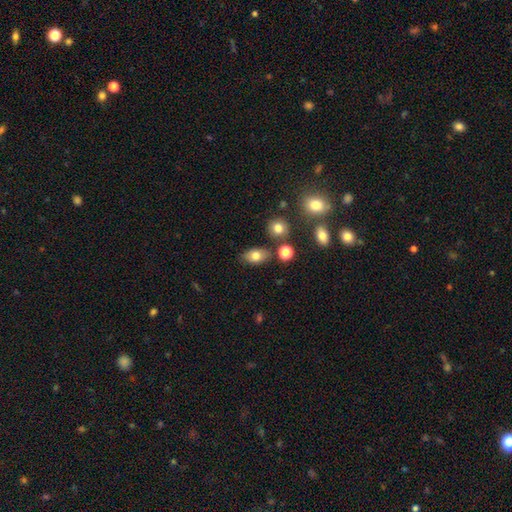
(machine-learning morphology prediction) Q: Smooth or featured?
A: smooth (77%); runner-up: featured or disk (13%)
Q: How rounded?
A: in between (84%); runner-up: round (13%)
Q: Merging?
A: none (77%); runner-up: minor disturbance (13%)